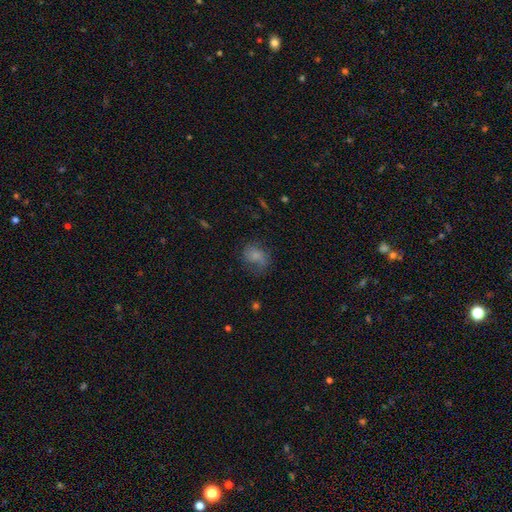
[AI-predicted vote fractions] Q: Smooth or featured?
A: smooth (66%); runner-up: featured or disk (22%)
Q: How rounded?
A: round (50%); runner-up: in between (49%)
Q: Merging?
A: none (49%); runner-up: minor disturbance (27%)